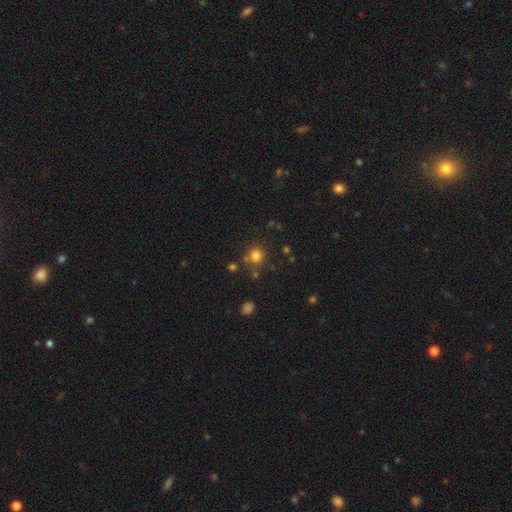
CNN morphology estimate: Smooth or featured? smooth (78%)
How rounded? round (90%)
Merging? none (73%)